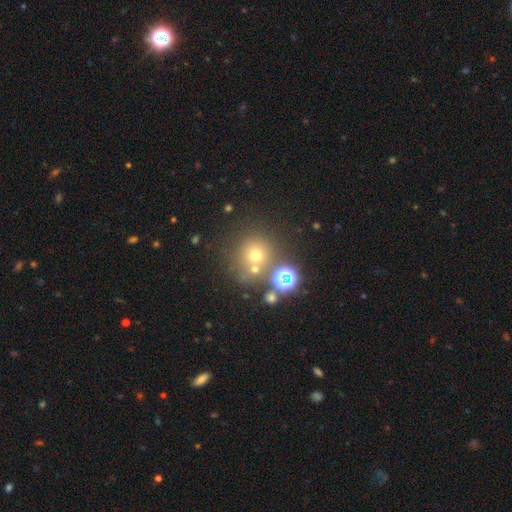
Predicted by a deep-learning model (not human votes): This appears to be a smooth galaxy with no disk features (61%) that is round (91%). Merging: none (65%).